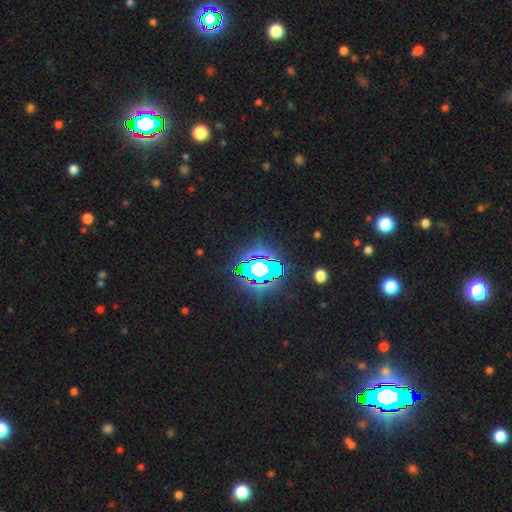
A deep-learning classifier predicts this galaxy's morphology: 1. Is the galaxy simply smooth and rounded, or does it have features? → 74% star or artifact, 14% smooth, 12% featured or disk.